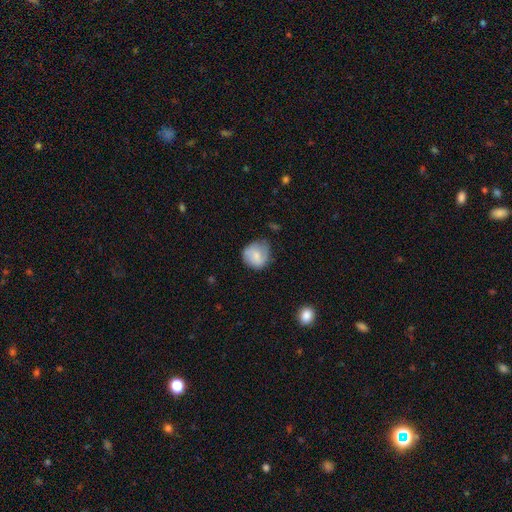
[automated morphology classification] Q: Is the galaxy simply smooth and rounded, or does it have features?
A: smooth — 69%.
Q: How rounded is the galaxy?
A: round — 82%.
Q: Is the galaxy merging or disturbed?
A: none — 62%.